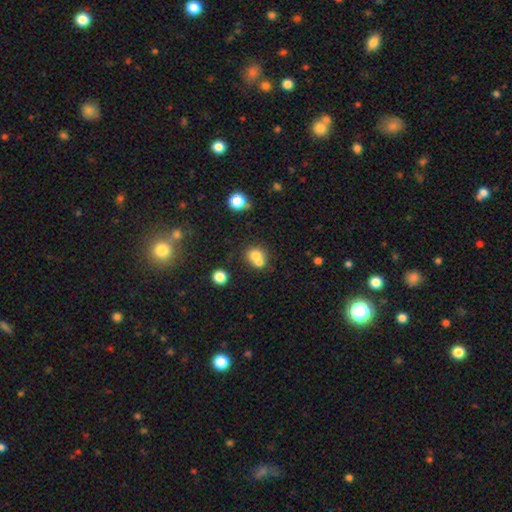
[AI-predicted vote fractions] Q: Smooth or featured?
A: smooth (72%); runner-up: featured or disk (15%)
Q: How rounded?
A: round (78%); runner-up: in between (21%)
Q: Merging?
A: merger (56%); runner-up: none (35%)